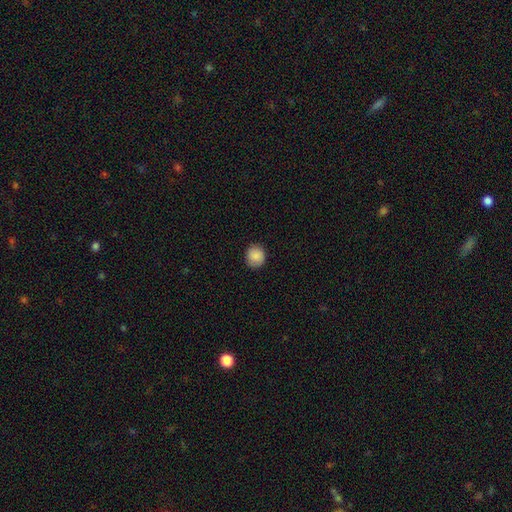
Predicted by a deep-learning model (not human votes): Smooth or featured? smooth (88%)
How rounded? round (81%)
Merging? none (88%)